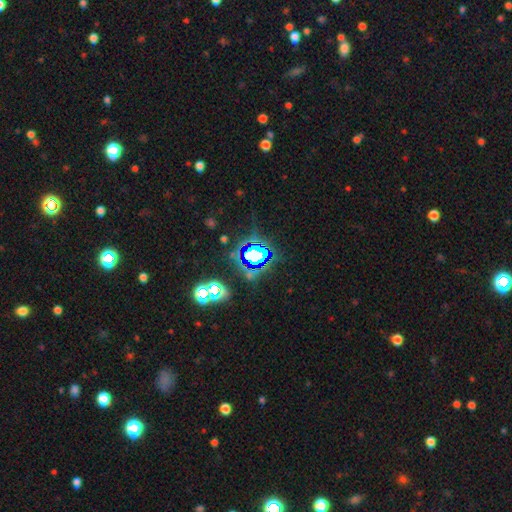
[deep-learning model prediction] star or artifact 72%, smooth 17%, featured or disk 12%.